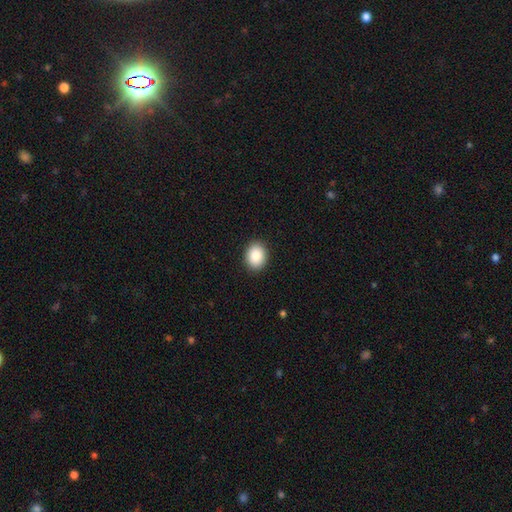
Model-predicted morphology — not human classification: The model was most divided on "how rounded": in between: 59%, round: 40%, cigar-shaped: 1%. More confident: merging — none (91%); smooth or featured — smooth (88%).